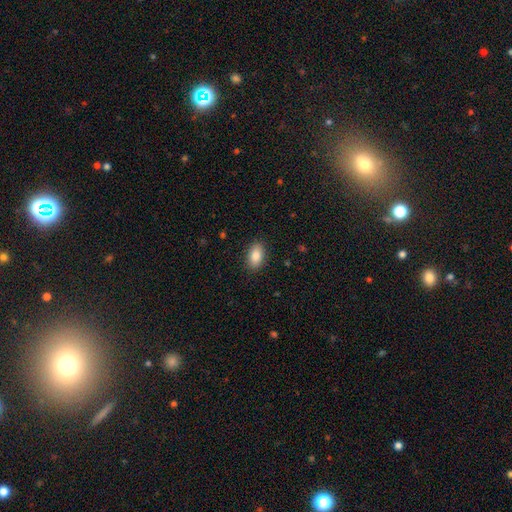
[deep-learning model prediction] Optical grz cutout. It shows a smooth galaxy with no disk features (86%) that is in between round and cigar-shaped (91%). Merging: none (89%).